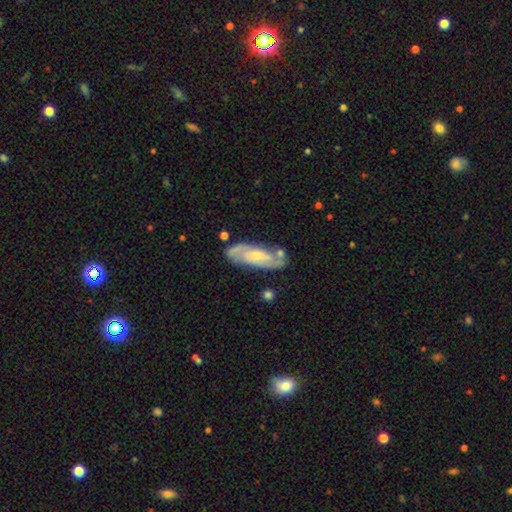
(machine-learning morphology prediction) This is likely a featured or disk galaxy (68%). It is clearly not viewed edge-on (88%). Bar: possibly no (56%). Spiral arm pattern: clearly yes (88%). Spiral arm count: likely 2 (74%). Spiral winding: marginally medium (43%). Central bulge: possibly small (57%). Merging: likely none (71%).